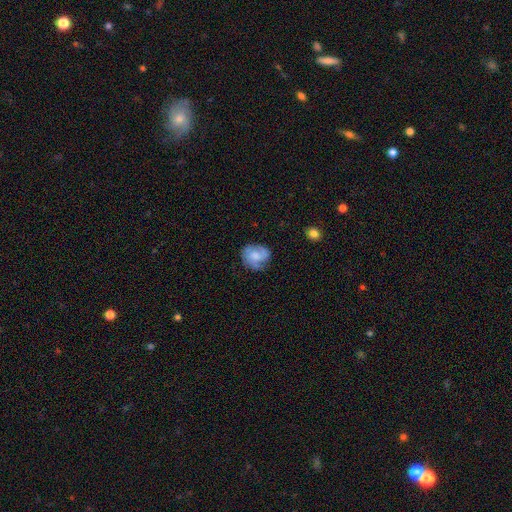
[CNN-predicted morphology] Q: Smooth or featured?
A: smooth (49%); runner-up: featured or disk (43%)
Q: Merging?
A: none (65%); runner-up: minor disturbance (24%)